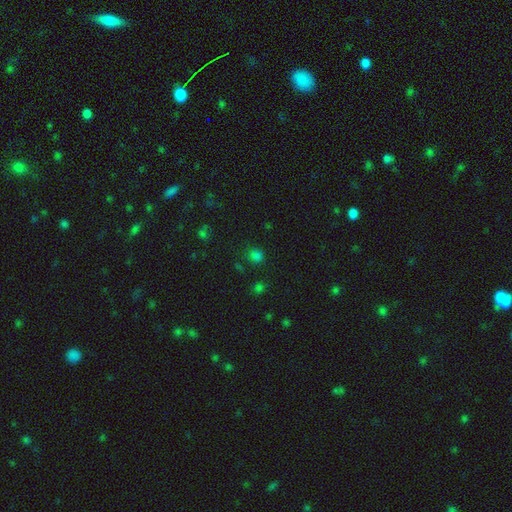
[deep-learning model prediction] smooth-or-featured: smooth: 71% | star or artifact: 25% | featured or disk: 4%
  how-rounded: round: 79% | in between: 19% | cigar-shaped: 1%
  merging: none: 79% | minor disturbance: 12% | major disturbance: 5% | merger: 4%